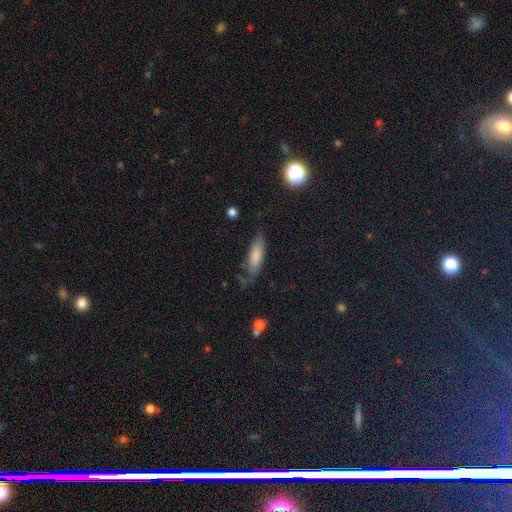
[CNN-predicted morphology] Q: Smooth or featured?
A: smooth (72%); runner-up: featured or disk (20%)
Q: How rounded?
A: in between (60%); runner-up: cigar-shaped (38%)
Q: Merging?
A: none (55%); runner-up: minor disturbance (29%)